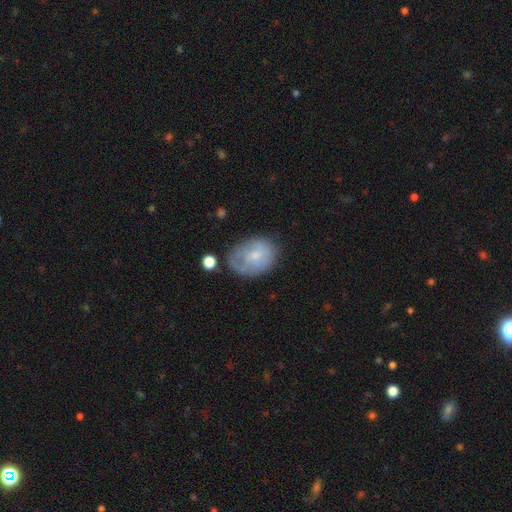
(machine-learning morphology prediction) smooth-or-featured: smooth: 57% | featured or disk: 35% | star or artifact: 8%
  how-rounded: in between: 64% | round: 35% | cigar-shaped: 1%
  merging: none: 54% | minor disturbance: 30% | major disturbance: 13% | merger: 4%